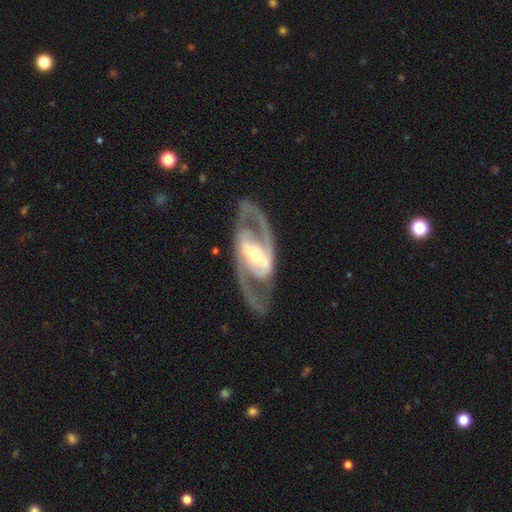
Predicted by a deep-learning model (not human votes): A featured or disk galaxy (88%) with a strong bar (54%), 2 (89%) medium (54%) spiral arms (89%) and a small central bulge (49%).

Vote fractions:
- Smooth or featured? featured or disk: 88% / smooth: 8% / star or artifact: 4%
- Edge-on disk? no: 93% / yes: 7%
- Bar? strong: 54% / weak: 29% / no: 17%
- Spiral arms? yes: 89% / no: 11%
- Spiral winding? medium: 54% / tight: 27% / loose: 20%
- Spiral arm count? 2: 89% / can't tell: 5% / 1: 2% / 3: 2% / 4: 1% / more than 4: 1%
- Bulge size? small: 49% / moderate: 40% / large: 8% / none: 2% / dominant: 1%
- Merging? none: 75% / minor disturbance: 12% / major disturbance: 11% / merger: 2%